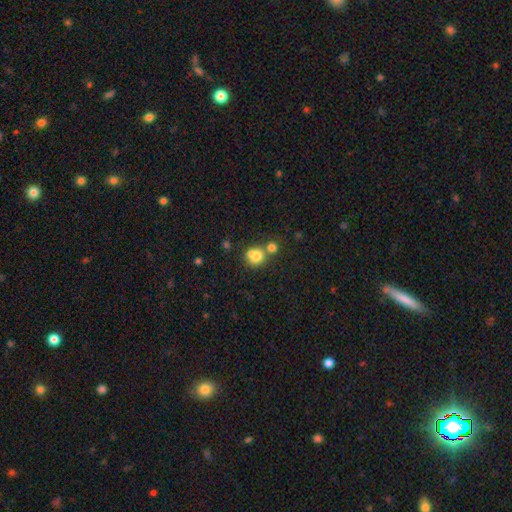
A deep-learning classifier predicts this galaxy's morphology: Overall: smooth (77%). How rounded: round (81%). Merging: none (45%; merger 41%).